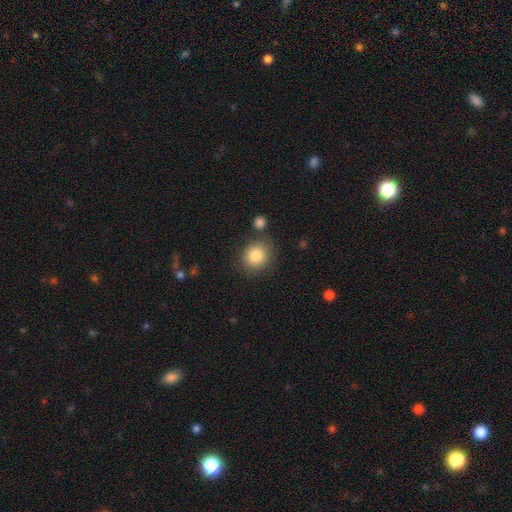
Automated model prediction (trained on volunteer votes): Smooth or featured?
  - smooth: 84% *
  - star or artifact: 9%
  - featured or disk: 7%
How rounded?
  - round: 80% *
  - in between: 19%
  - cigar-shaped: 1%
Merging?
  - none: 78% *
  - minor disturbance: 12%
  - merger: 6%
  - major disturbance: 4%